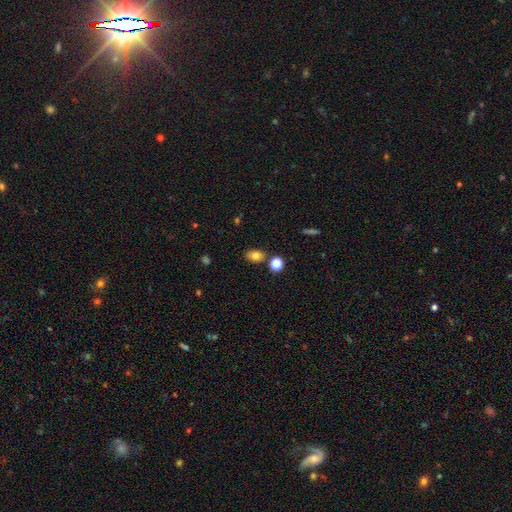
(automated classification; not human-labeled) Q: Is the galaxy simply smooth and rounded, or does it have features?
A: smooth — 79%.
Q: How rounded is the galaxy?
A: in between — 76%.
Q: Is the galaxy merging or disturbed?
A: none — 80%.